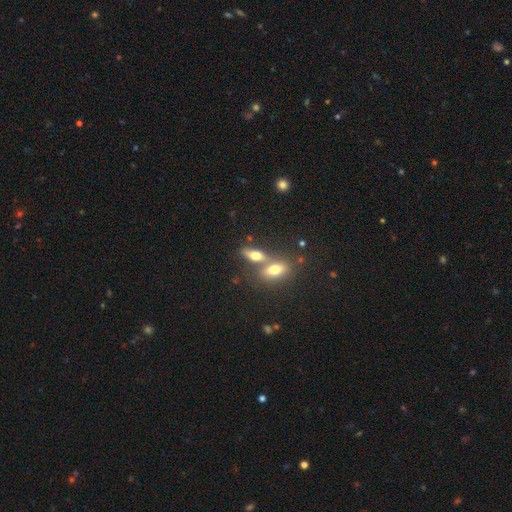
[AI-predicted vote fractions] Morphology: type=smooth (63%); roundness=in between (69%); merging=none (45%).